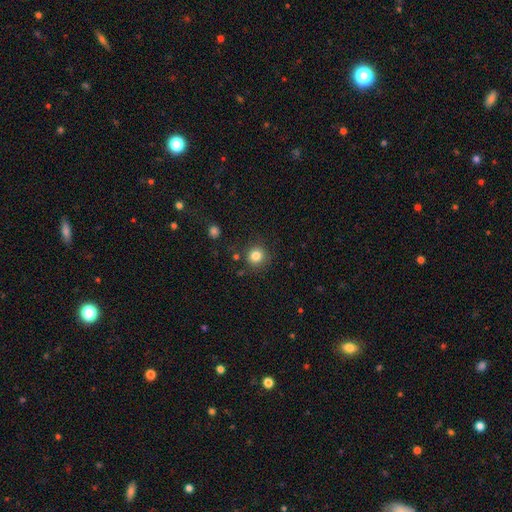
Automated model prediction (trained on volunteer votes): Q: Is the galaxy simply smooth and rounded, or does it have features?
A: smooth — 83%.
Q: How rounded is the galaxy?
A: round — 92%.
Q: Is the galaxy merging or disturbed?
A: none — 85%.